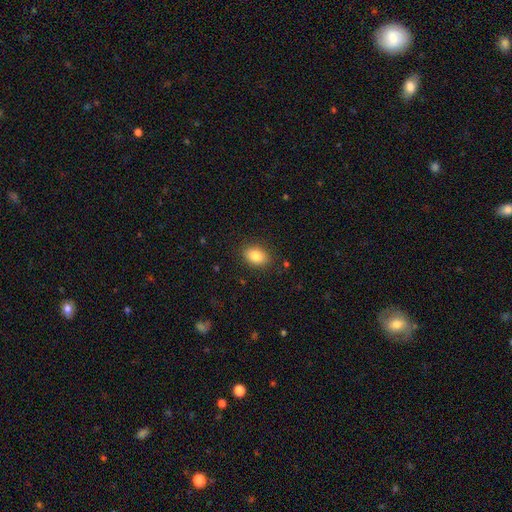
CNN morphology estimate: Smooth or featured? smooth (84%)
How rounded? in between (81%)
Merging? none (87%)